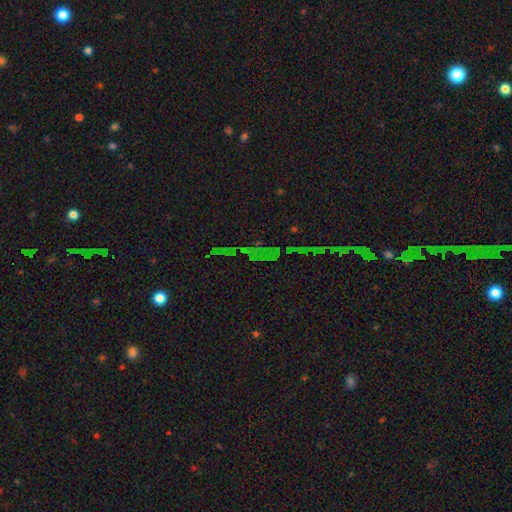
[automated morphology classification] A star or artifact, not a galaxy (75%).